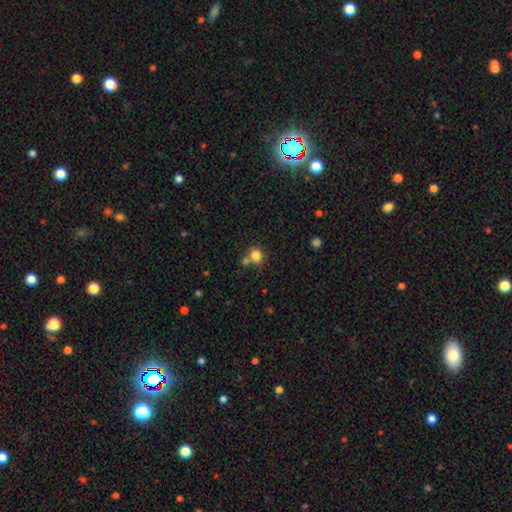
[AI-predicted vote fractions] Overall: smooth (81%). How rounded: round (77%). Merging: none (55%; merger 29%).